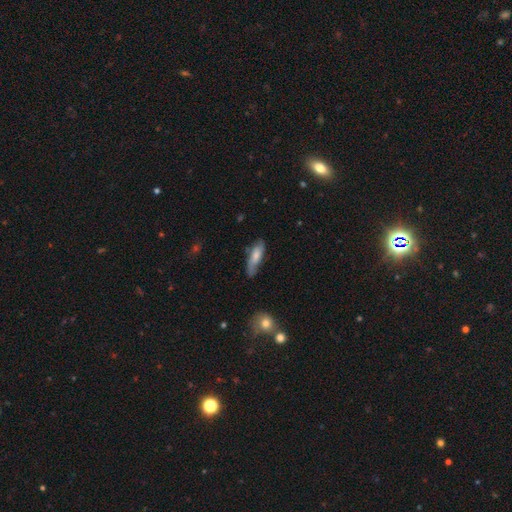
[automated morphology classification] Q: Smooth or featured?
A: smooth (56%); runner-up: featured or disk (37%)
Q: How rounded?
A: cigar-shaped (51%); runner-up: in between (47%)
Q: Merging?
A: none (63%); runner-up: minor disturbance (27%)